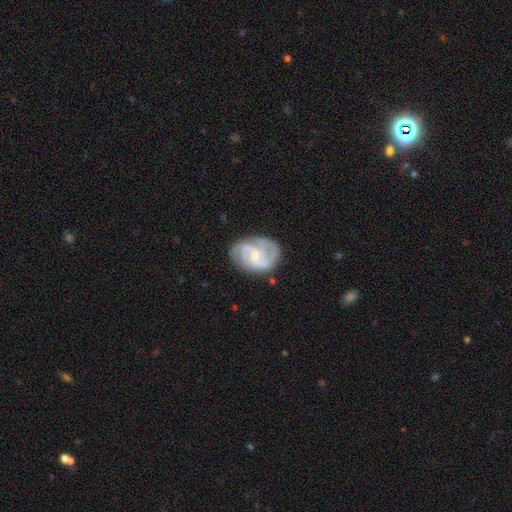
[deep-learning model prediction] smooth_or_featured: featured or disk (p=0.83) [alt: smooth p=0.12]
disk_edge_on: no (p=0.98) [alt: yes p=0.02]
bar: weak (p=0.52) [alt: no p=0.36]
has_spiral_arms: yes (p=0.95) [alt: no p=0.05]
spiral_winding: medium (p=0.47) [alt: tight p=0.39]
spiral_arm_count: 2 (p=0.48) [alt: 3 p=0.24]
bulge_size: small (p=0.55) [alt: moderate p=0.37]
merging: none (p=0.71) [alt: minor disturbance p=0.20]